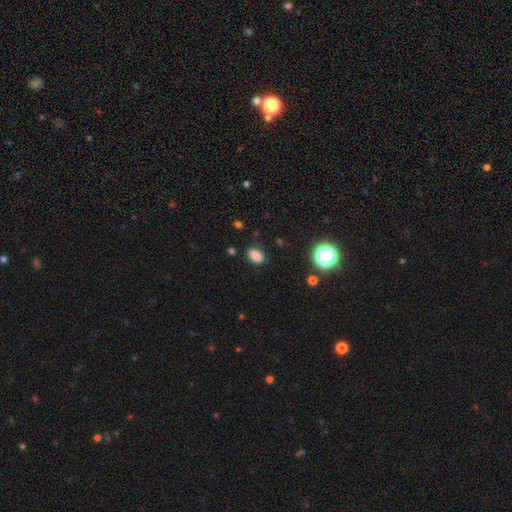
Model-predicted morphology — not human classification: Q: Smooth or featured?
A: smooth (82%); runner-up: star or artifact (13%)
Q: How rounded?
A: in between (85%); runner-up: round (12%)
Q: Merging?
A: none (83%); runner-up: minor disturbance (12%)